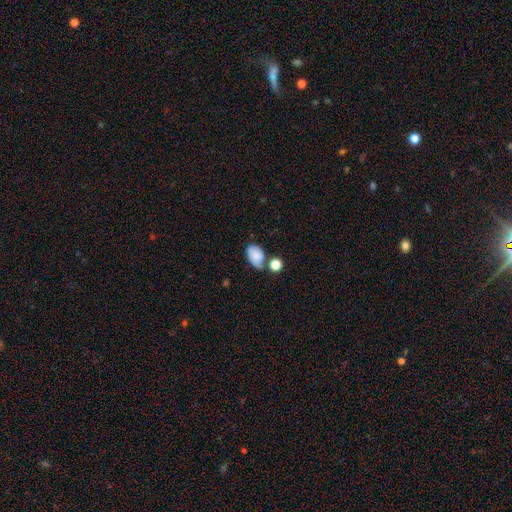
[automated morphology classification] smooth 75%, featured or disk 15%, star or artifact 10%. Down the decision tree: how rounded — in between (84%); merging — none (39%).